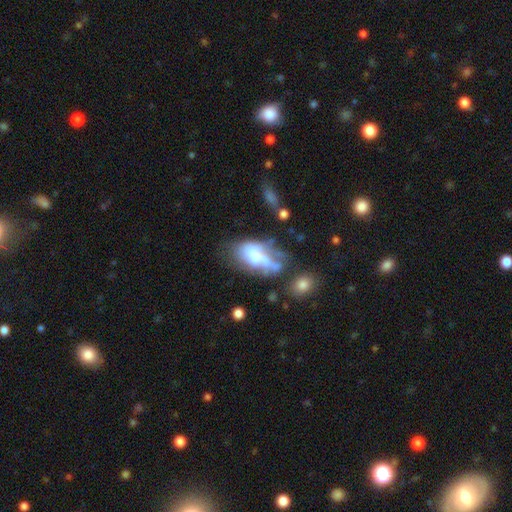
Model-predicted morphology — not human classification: A featured or disk galaxy (46%).

Vote fractions:
- Smooth or featured? featured or disk: 46% / smooth: 43% / star or artifact: 10%
- Merging? major disturbance: 33% / merger: 25% / none: 22% / minor disturbance: 19%